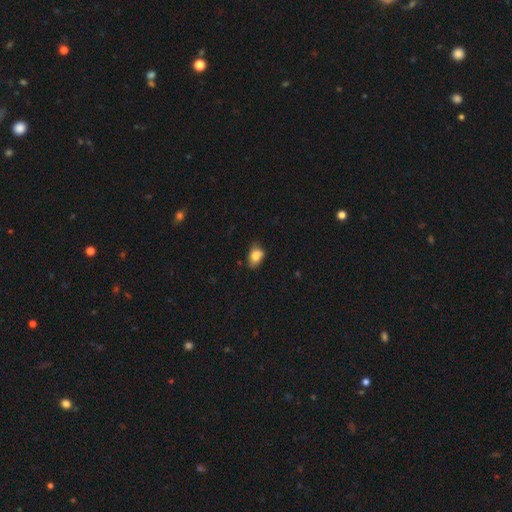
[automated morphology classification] This appears to be a smooth galaxy with no disk features (78%) that is in between round and cigar-shaped (79%). Merging: none (53%).